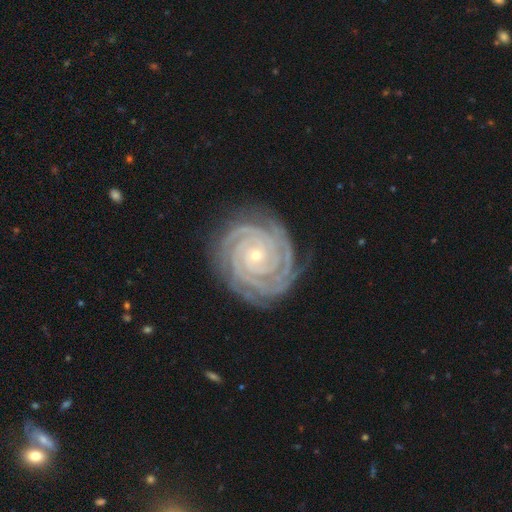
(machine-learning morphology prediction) The model was most divided on "spiral arm count": 4: 26%, 3: 23%, 2: 17%, more than 4: 13%, can't tell: 12%, 1: 8%. More confident: spiral arms — yes (99%); edge-on disk — no (98%); smooth or featured — featured or disk (93%); spiral winding — tight (91%); merging — none (82%); bulge size — small (80%); bar — no (75%).